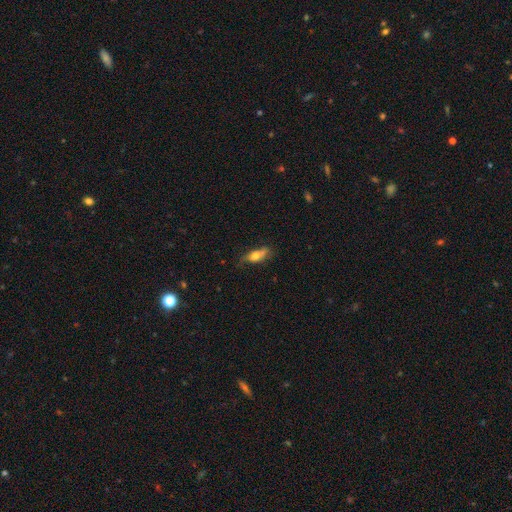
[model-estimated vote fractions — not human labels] smooth 60%, featured or disk 33%, star or artifact 8%. Down the decision tree: how rounded — in between (66%); merging — none (55%).